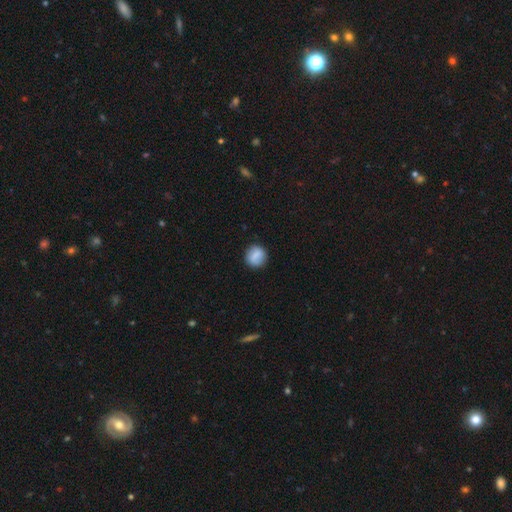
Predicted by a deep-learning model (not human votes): This is likely a smooth galaxy (78%). How rounded: clearly round (85%). Merging: clearly none (86%).